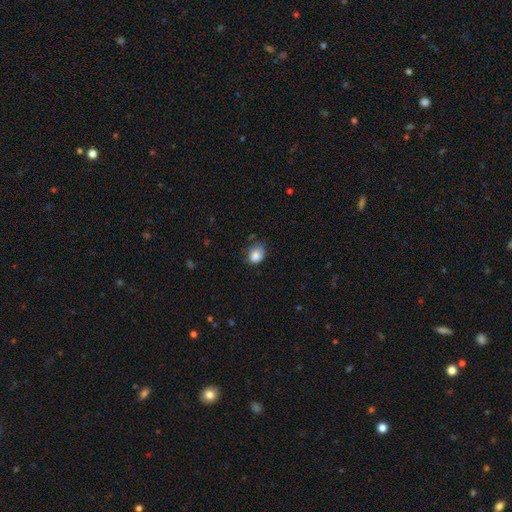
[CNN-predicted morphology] smooth_or_featured: smooth (p=0.84) [alt: star or artifact p=0.09]
how_rounded: in between (p=0.52) [alt: round p=0.47]
merging: none (p=0.52) [alt: minor disturbance p=0.35]